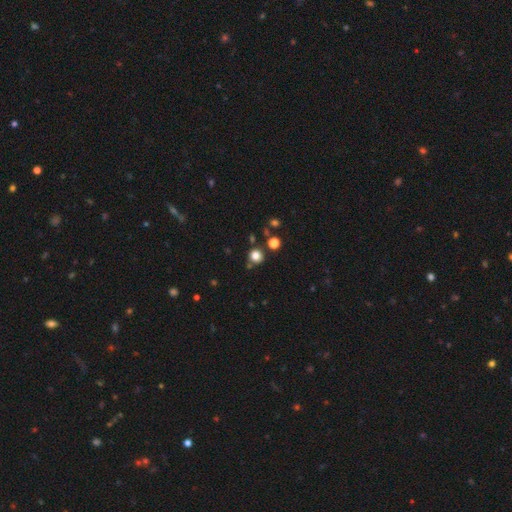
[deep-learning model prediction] Overall: smooth (80%). How rounded: round (92%). Merging: none (82%).